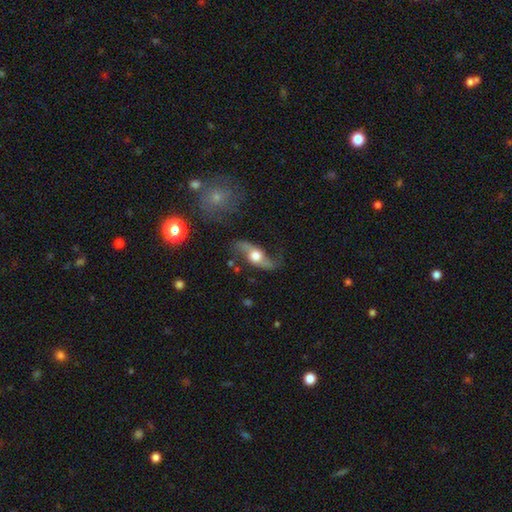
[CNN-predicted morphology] Smooth or featured? Predicted: featured or disk (p=0.81). Edge-on disk? Predicted: no (p=0.84). Bar? Predicted: no (p=0.69). Spiral arms? Predicted: yes (p=0.93). Spiral winding? Predicted: loose (p=0.85). Spiral arm count? Predicted: 2 (p=0.94). Bulge size? Predicted: moderate (p=0.55). Merging? Predicted: none (p=0.69).